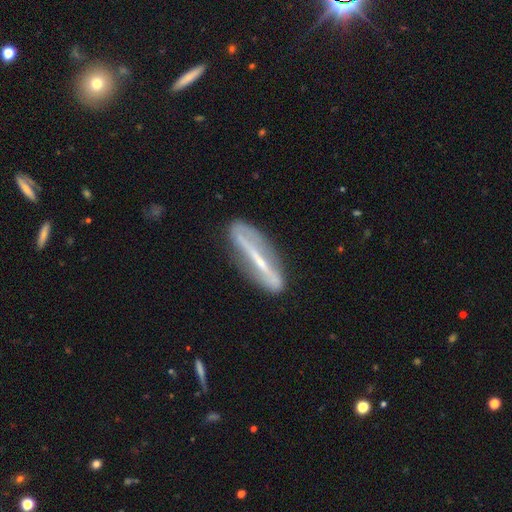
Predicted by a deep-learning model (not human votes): Morphology: type=featured or disk (74%); edge-on=yes (53%); merging=none (77%).